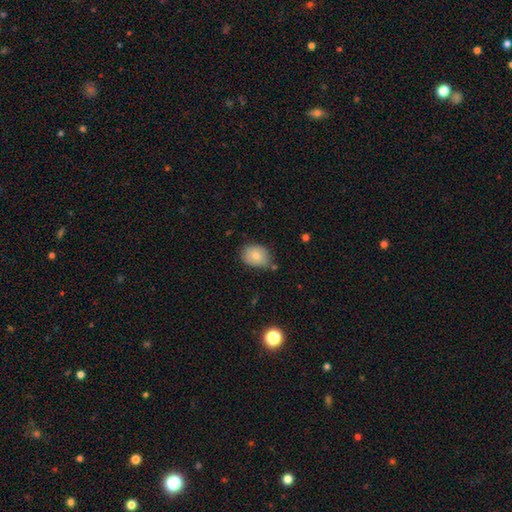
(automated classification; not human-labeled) smooth 79%, featured or disk 12%, star or artifact 8%. Down the decision tree: how rounded — in between (57%); merging — none (64%).